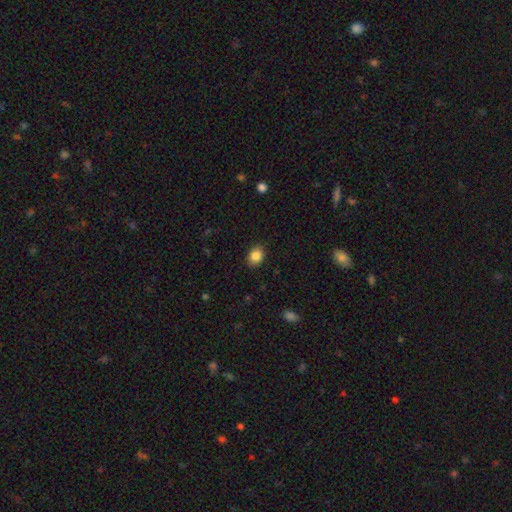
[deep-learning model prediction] A smooth galaxy with no disk features (86%) that is in between round and cigar-shaped (62%). Merging: none (87%).